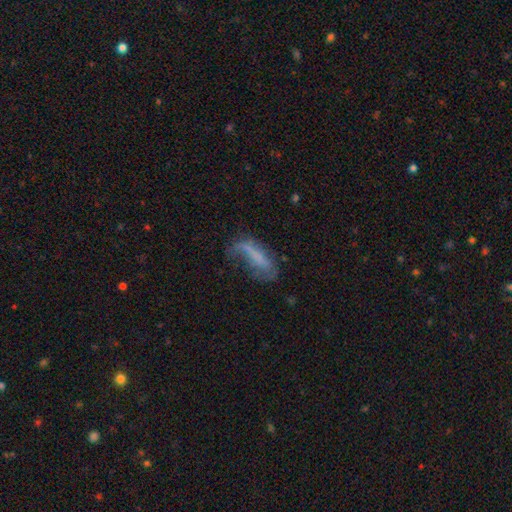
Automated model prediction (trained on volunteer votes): smooth 47%, featured or disk 42%, star or artifact 11%. Down the decision tree: merging — major disturbance (39%).